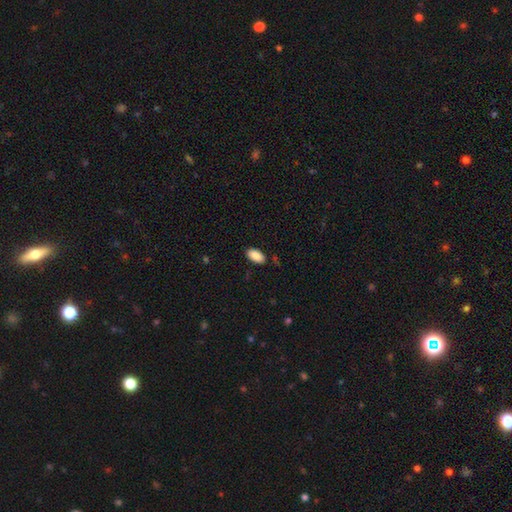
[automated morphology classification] type=smooth (89%); roundness=in between (94%); merging=none (85%).